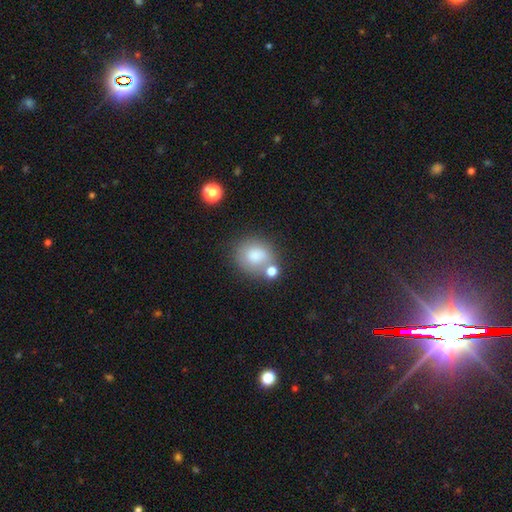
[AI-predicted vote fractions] Q: Smooth or featured?
A: smooth (78%); runner-up: featured or disk (12%)
Q: How rounded?
A: round (69%); runner-up: in between (30%)
Q: Merging?
A: none (55%); runner-up: merger (21%)